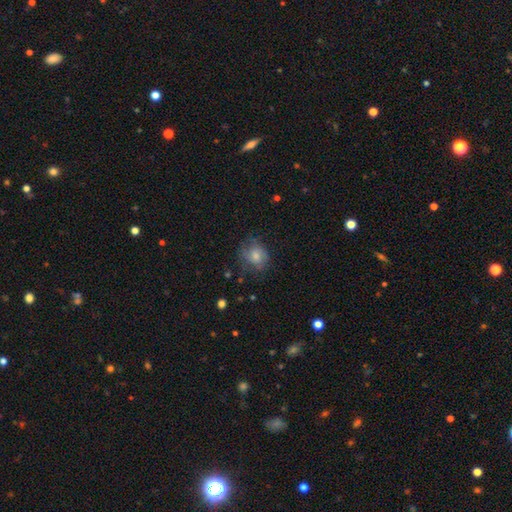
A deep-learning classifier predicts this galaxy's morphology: Overall: smooth (62%; featured or disk 29%). How rounded: round (61%; in between 38%). Merging: none (58%; minor disturbance 26%).